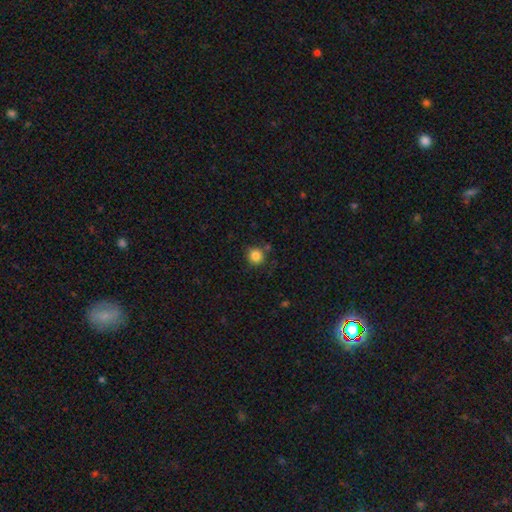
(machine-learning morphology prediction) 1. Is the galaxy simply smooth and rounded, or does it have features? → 85% smooth, 11% star or artifact, 4% featured or disk.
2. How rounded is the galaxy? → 88% round, 11% in between, 1% cigar-shaped.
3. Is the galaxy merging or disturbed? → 80% none, 11% minor disturbance, 6% merger, 3% major disturbance.